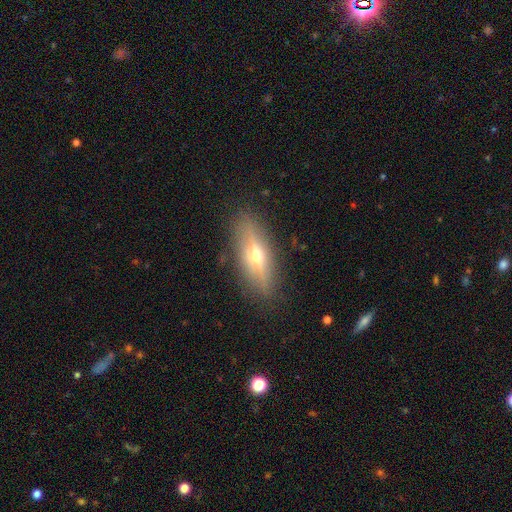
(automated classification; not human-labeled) The model was most divided on "smooth or featured": featured or disk: 59%, smooth: 33%, star or artifact: 8%. More confident: merging — none (86%); edge-on disk — yes (85%).